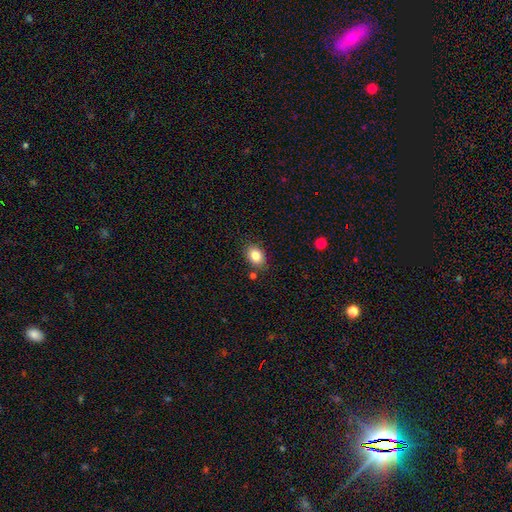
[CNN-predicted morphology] A smooth galaxy with no disk features (83%) that is in between round and cigar-shaped (76%). Merging: none (83%).